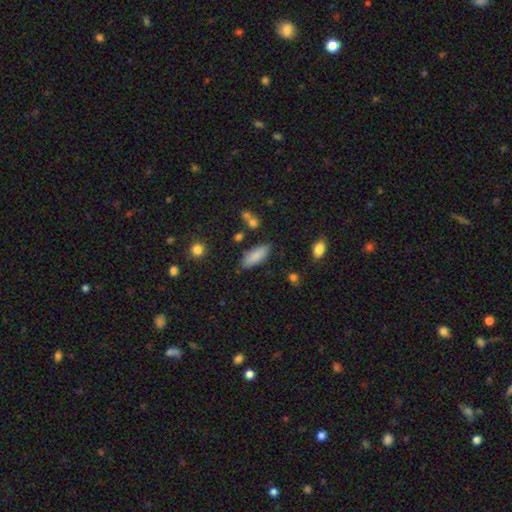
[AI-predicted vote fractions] Morphology: type=smooth (85%); roundness=in between (73%); merging=none (81%).